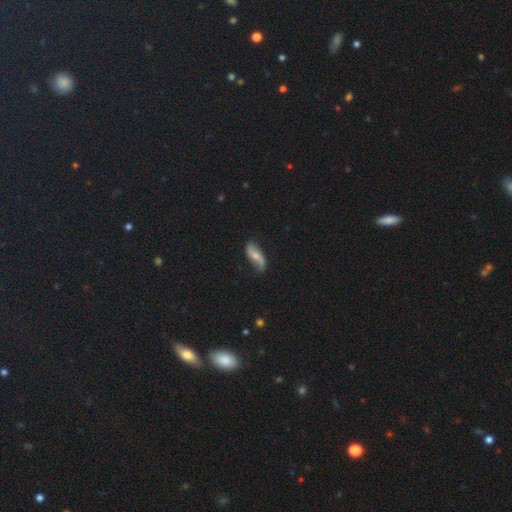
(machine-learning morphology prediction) smooth-or-featured: featured or disk: 53% | smooth: 41% | star or artifact: 6%
  disk-edge-on: no: 86% | yes: 14%
  merging: none: 67% | minor disturbance: 25% | major disturbance: 6% | merger: 2%